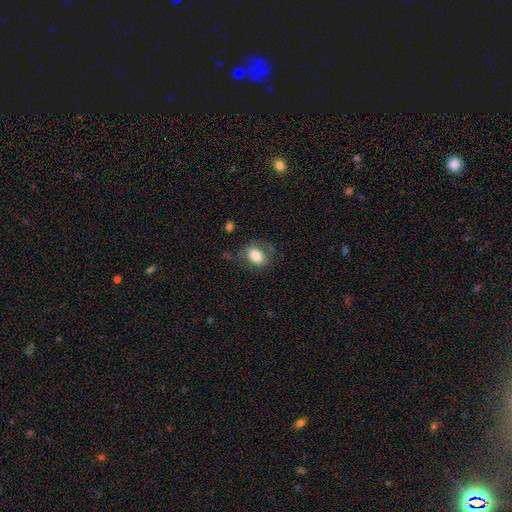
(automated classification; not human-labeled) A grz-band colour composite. It shows a smooth galaxy with no disk features (77%) that is in between round and cigar-shaped (71%). Merging: none (60%).